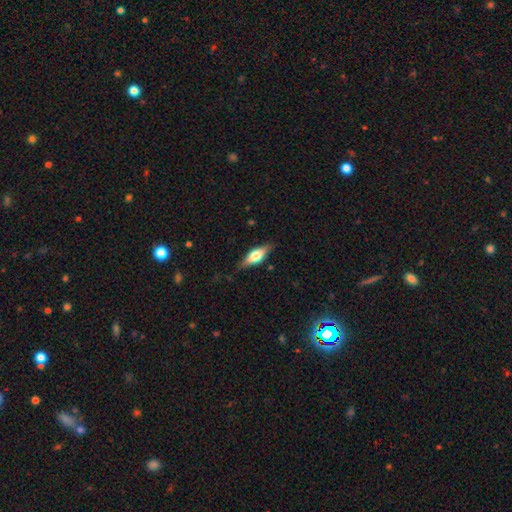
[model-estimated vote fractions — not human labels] smooth-or-featured: smooth: 48% | featured or disk: 46% | star or artifact: 7%
  merging: none: 81% | minor disturbance: 15% | major disturbance: 3% | merger: 1%